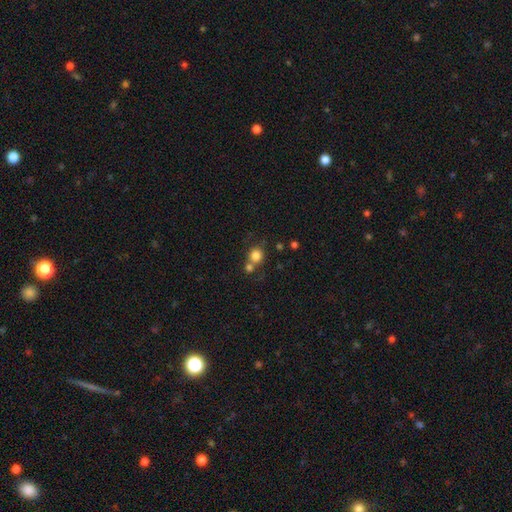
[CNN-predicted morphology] Overall: smooth (81%). How rounded: round (87%). Merging: none (54%; merger 34%).